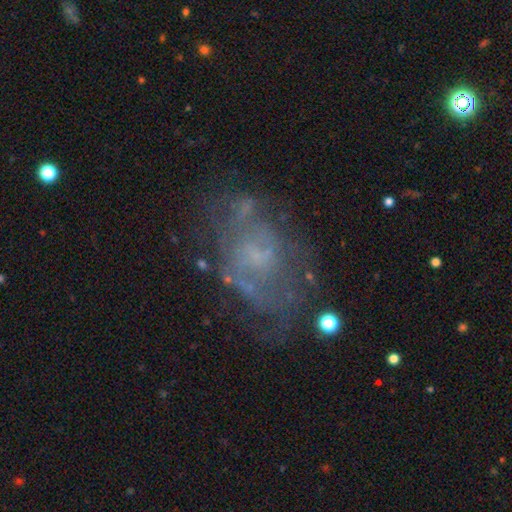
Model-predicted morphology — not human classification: This is likely a featured or disk galaxy (64%). It is clearly not viewed edge-on (97%). Bar: likely no (77%). Spiral arm pattern: likely no (62%). Central bulge: possibly none (46%). Merging: possibly none (47%).